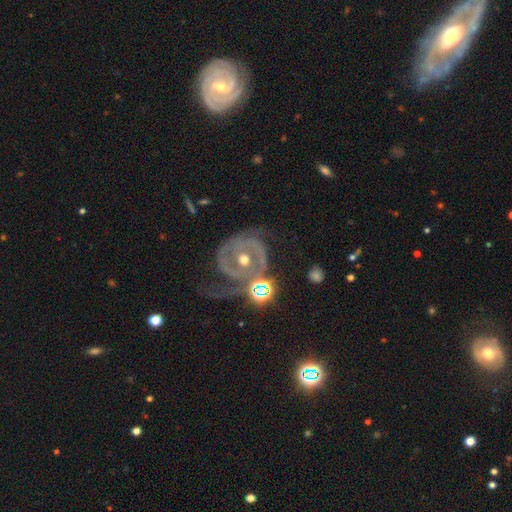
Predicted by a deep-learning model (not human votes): This is likely a featured or disk galaxy (74%). It is clearly not viewed edge-on (97%). Bar: possibly no (59%). Spiral arm pattern: clearly yes (83%). Spiral arm count: possibly 2 (45%). Spiral winding: possibly tight (50%). Central bulge: possibly small (56%). Merging: possibly none (55%).